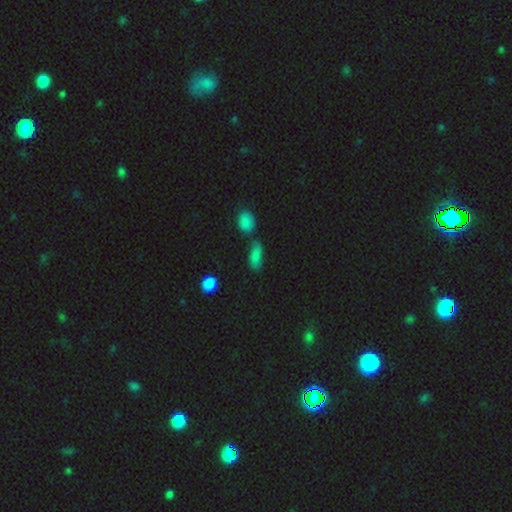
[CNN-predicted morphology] This appears to be a smooth galaxy with no disk features (77%) that is in between round and cigar-shaped (77%). Merging: none (53%).